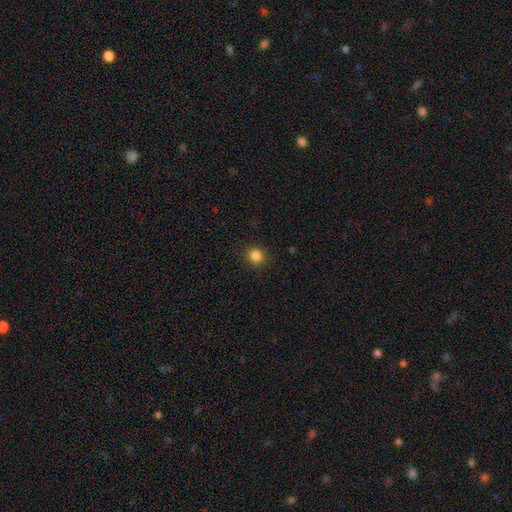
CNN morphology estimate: This appears to be a smooth galaxy with no disk features (85%) that is round (86%). Merging: none (90%).